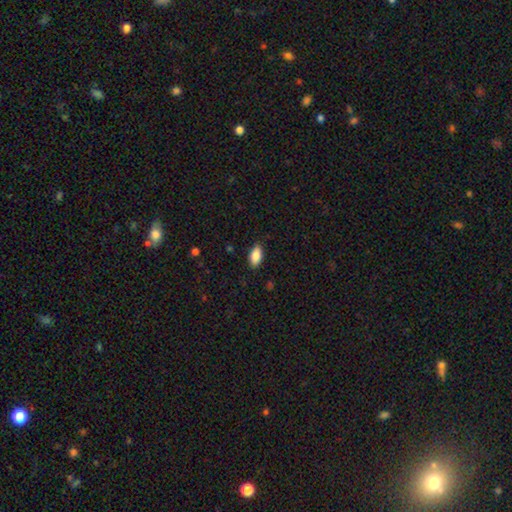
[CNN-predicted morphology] Smooth or featured? Predicted: smooth (p=0.88). How rounded? Predicted: in between (p=0.93). Merging? Predicted: none (p=0.85).